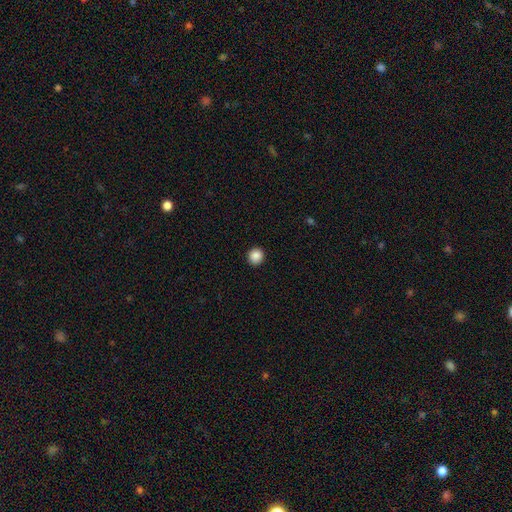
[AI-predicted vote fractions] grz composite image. It shows a smooth galaxy with no disk features (88%) that is round (92%). Merging: none (93%).